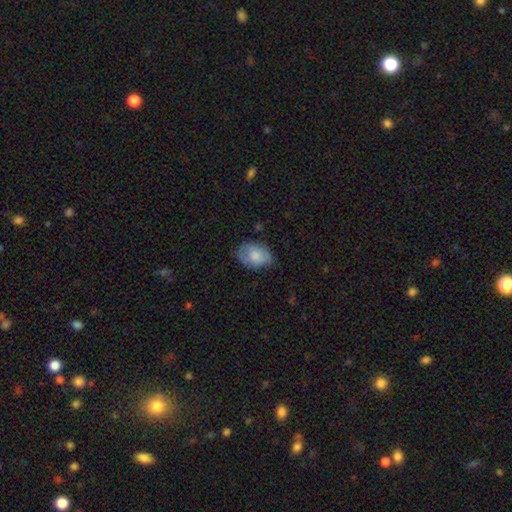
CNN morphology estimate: Smooth or featured?
  - smooth: 78% *
  - featured or disk: 15%
  - star or artifact: 7%
How rounded?
  - in between: 80% *
  - round: 19%
  - cigar-shaped: 1%
Merging?
  - none: 67% *
  - minor disturbance: 26%
  - major disturbance: 6%
  - merger: 1%